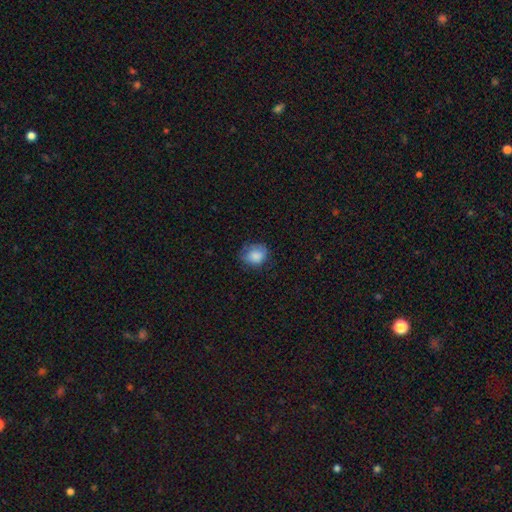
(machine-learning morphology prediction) Overall: smooth (82%). How rounded: round (59%; in between 40%). Merging: none (59%; minor disturbance 30%).